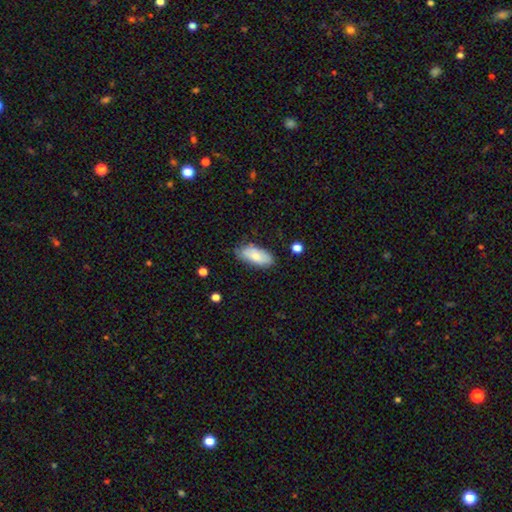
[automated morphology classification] smooth-or-featured: smooth: 74% | featured or disk: 19% | star or artifact: 7%
  how-rounded: in between: 89% | cigar-shaped: 9% | round: 3%
  merging: none: 70% | minor disturbance: 23% | major disturbance: 5% | merger: 2%